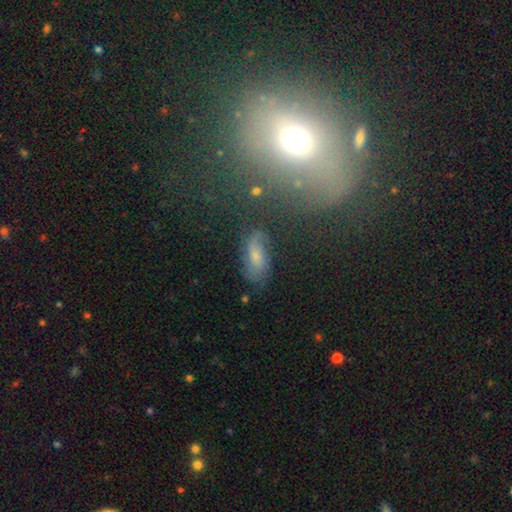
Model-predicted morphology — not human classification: This appears to be a featured or disk galaxy (48%). Merging: none (64%).